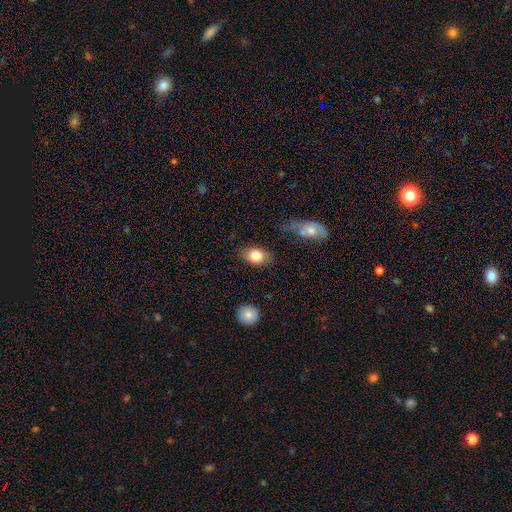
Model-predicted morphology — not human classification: The model was most divided on "how rounded": in between: 78%, round: 21%, cigar-shaped: 2%. More confident: smooth or featured — smooth (82%); merging — none (78%).